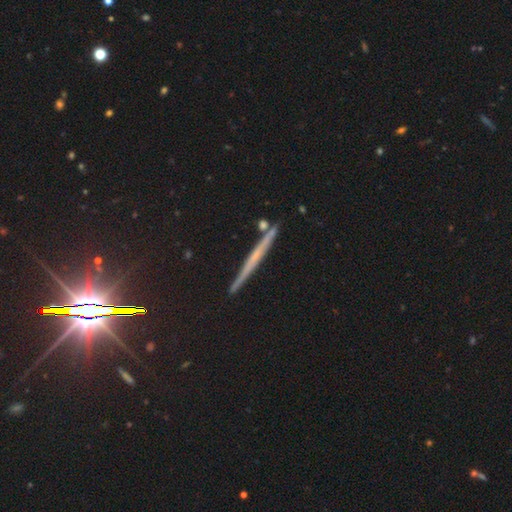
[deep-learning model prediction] This appears to be a featured or disk galaxy (59%) viewed edge-on (97%) with no central bulge (68%). Merging: none (86%).